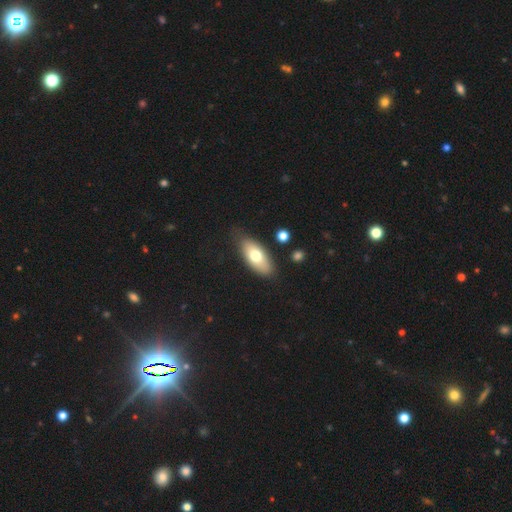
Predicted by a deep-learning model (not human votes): Smooth or featured? Predicted: smooth (p=0.70). How rounded? Predicted: in between (p=0.86). Merging? Predicted: none (p=0.79).